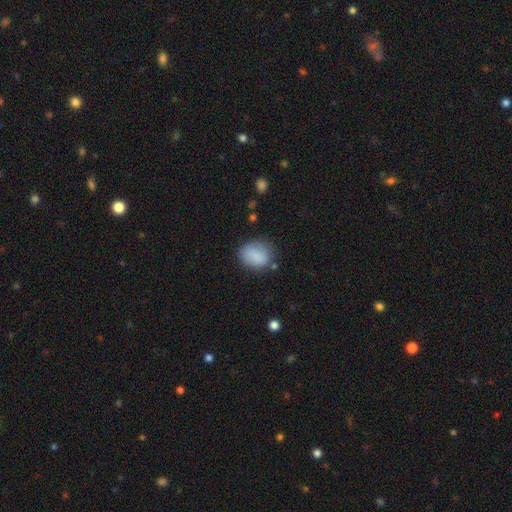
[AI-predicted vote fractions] Smooth or featured: smooth — 85% (star or artifact — 8%)
How rounded: in between — 53% (round — 46%)
Merging: none — 69% (minor disturbance — 21%)